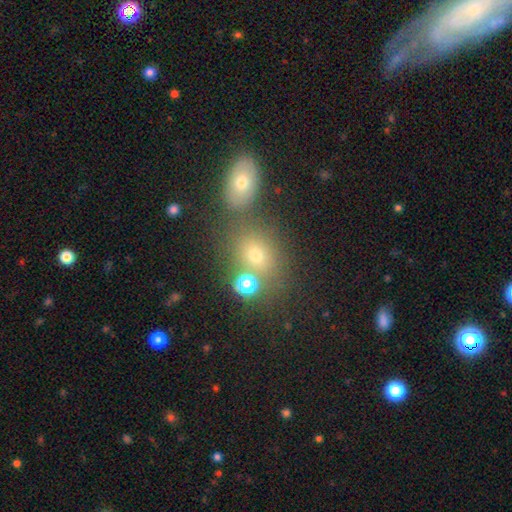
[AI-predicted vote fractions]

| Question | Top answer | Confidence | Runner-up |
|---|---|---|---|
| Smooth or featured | smooth | 66% | star or artifact (20%) |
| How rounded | round | 60% | in between (39%) |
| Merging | none | 58% | merger (26%) |